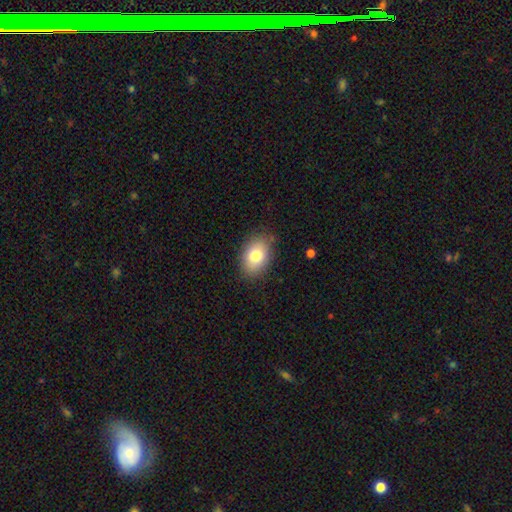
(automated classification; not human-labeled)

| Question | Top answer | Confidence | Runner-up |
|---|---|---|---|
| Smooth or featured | smooth | 80% | featured or disk (12%) |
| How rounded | in between | 84% | round (15%) |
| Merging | none | 82% | minor disturbance (14%) |